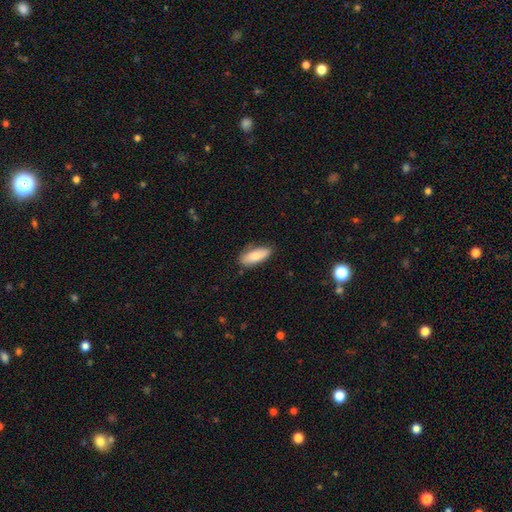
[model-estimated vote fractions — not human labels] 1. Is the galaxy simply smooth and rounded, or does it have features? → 82% smooth, 12% featured or disk, 6% star or artifact.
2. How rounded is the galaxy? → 73% in between, 25% cigar-shaped, 2% round.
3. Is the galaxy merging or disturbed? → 80% none, 16% minor disturbance, 3% major disturbance, 2% merger.